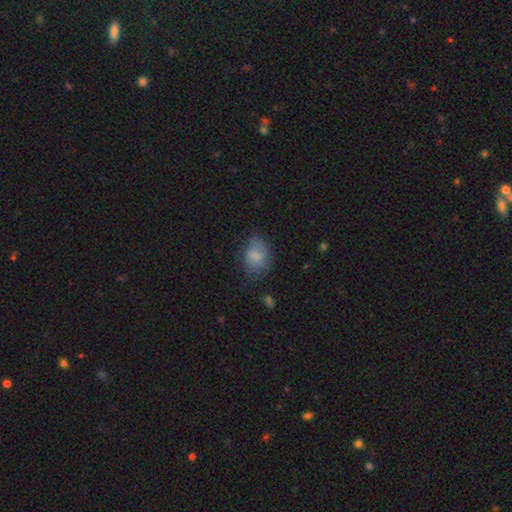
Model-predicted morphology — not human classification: A smooth galaxy with no disk features (77%) that is in between round and cigar-shaped (70%). Merging: none (57%).